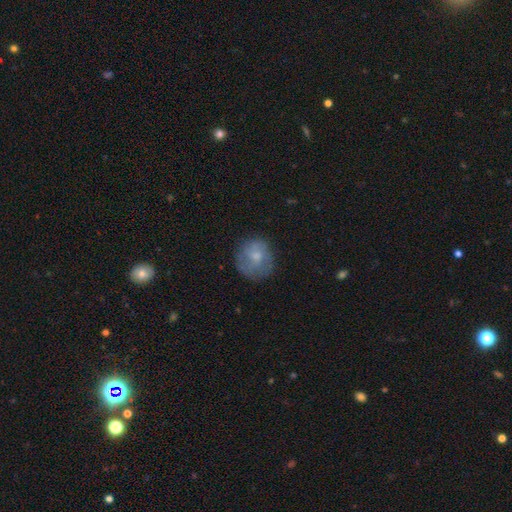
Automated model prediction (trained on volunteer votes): Smooth or featured? Predicted: smooth (p=0.62). How rounded? Predicted: round (p=0.81). Merging? Predicted: none (p=0.69).